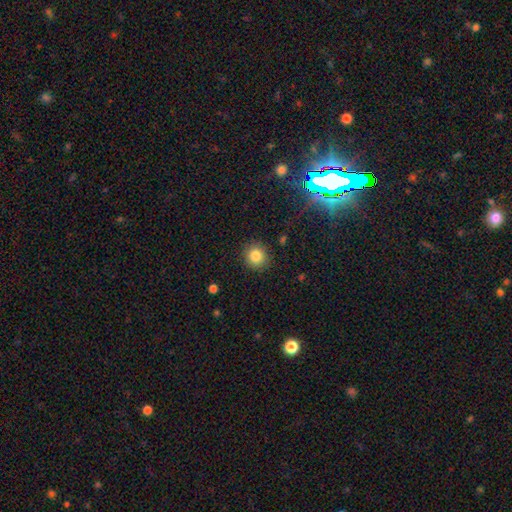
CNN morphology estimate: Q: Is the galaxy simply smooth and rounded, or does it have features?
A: smooth — 83%.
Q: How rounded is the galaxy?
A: round — 91%.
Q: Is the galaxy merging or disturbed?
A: none — 90%.